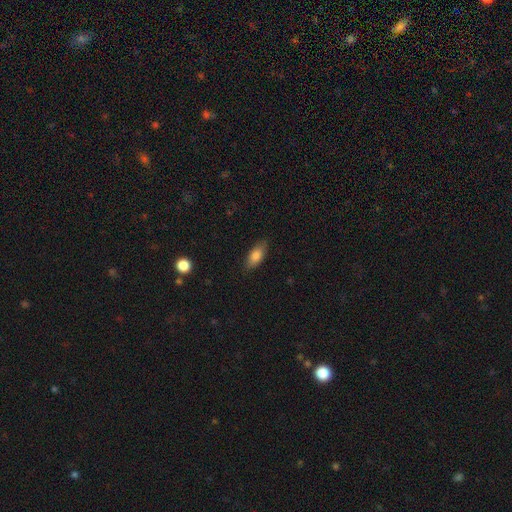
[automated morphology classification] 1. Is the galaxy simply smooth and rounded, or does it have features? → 81% smooth, 12% featured or disk, 7% star or artifact.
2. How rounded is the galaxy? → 84% in between, 13% cigar-shaped, 3% round.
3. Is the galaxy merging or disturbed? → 82% none, 14% minor disturbance, 3% major disturbance, 1% merger.